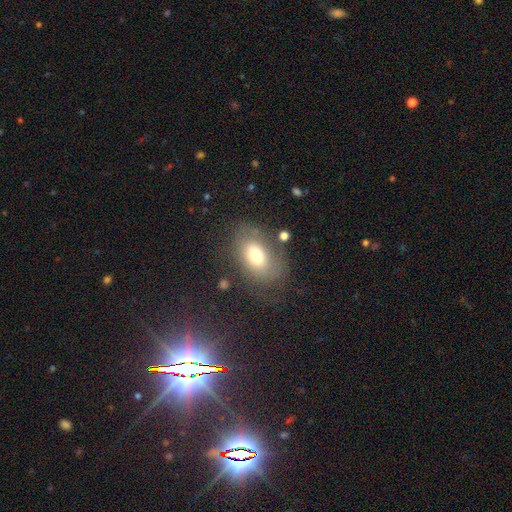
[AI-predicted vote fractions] This appears to be a smooth galaxy with no disk features (68%) that is in between round and cigar-shaped (83%). Merging: none (64%).